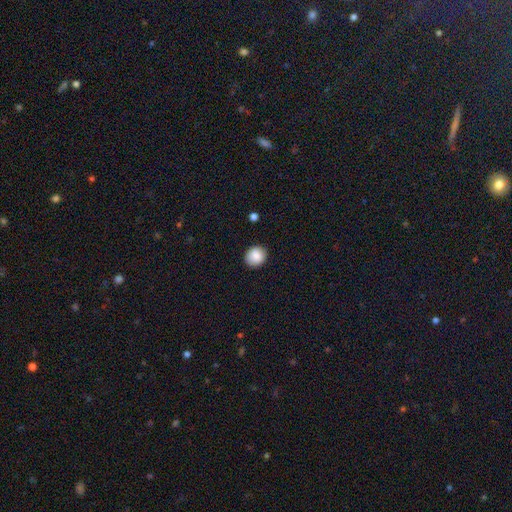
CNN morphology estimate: smooth_or_featured: smooth (p=0.88) [alt: star or artifact p=0.08]
how_rounded: round (p=0.75) [alt: in between p=0.24]
merging: none (p=0.89) [alt: minor disturbance p=0.08]